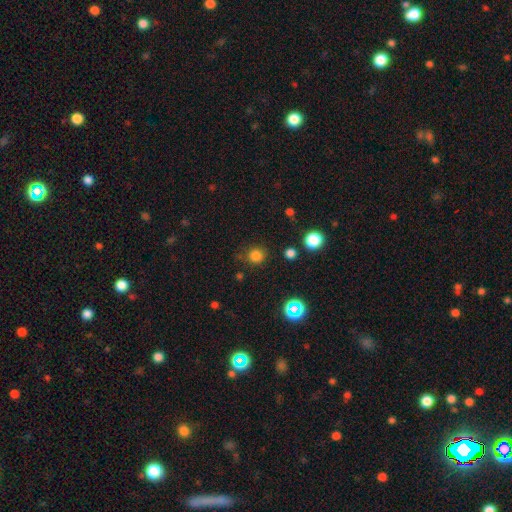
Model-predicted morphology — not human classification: Q: Smooth or featured?
A: smooth (77%); runner-up: star or artifact (18%)
Q: How rounded?
A: round (92%); runner-up: in between (7%)
Q: Merging?
A: none (83%); runner-up: minor disturbance (11%)